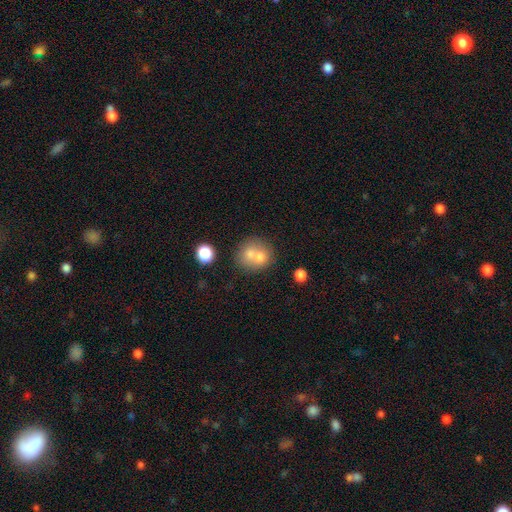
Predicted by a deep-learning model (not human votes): Smooth or featured? smooth (69%)
How rounded? round (80%)
Merging? merger (55%)